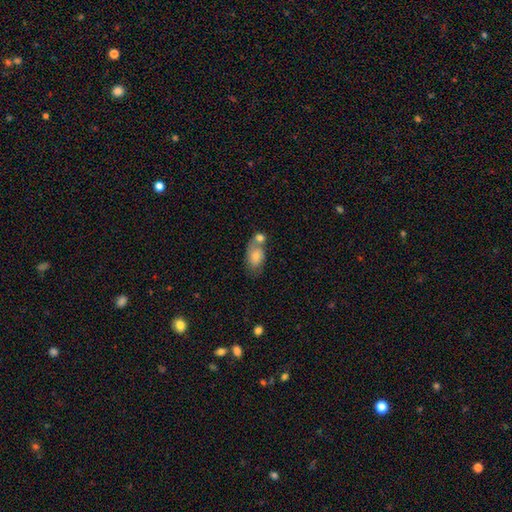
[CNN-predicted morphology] Smooth or featured? Predicted: smooth (p=0.58). How rounded? Predicted: in between (p=0.82). Merging? Predicted: none (p=0.43).